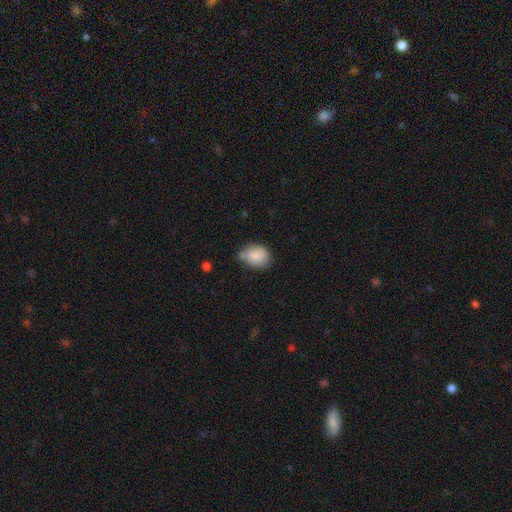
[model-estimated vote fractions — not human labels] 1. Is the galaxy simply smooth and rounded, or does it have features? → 86% smooth, 8% star or artifact, 6% featured or disk.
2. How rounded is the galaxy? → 59% in between, 40% round, 1% cigar-shaped.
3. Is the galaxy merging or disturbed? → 58% none, 28% minor disturbance, 8% merger, 6% major disturbance.